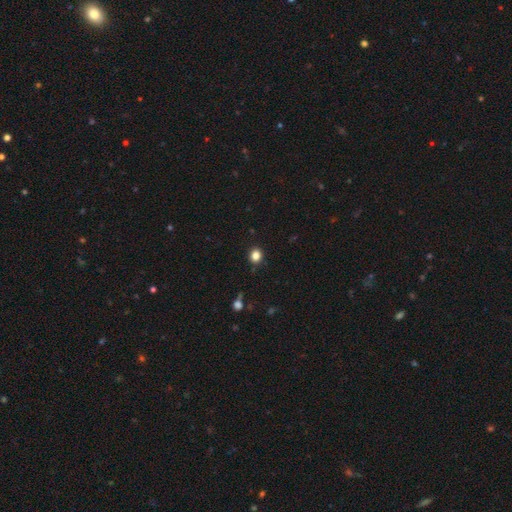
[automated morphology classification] type=smooth (84%); roundness=round (75%); merging=none (89%).